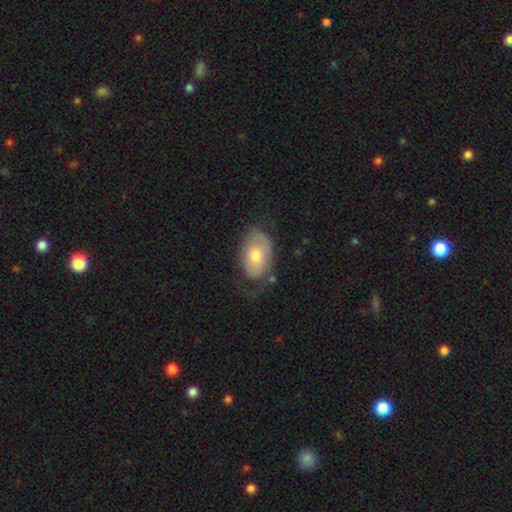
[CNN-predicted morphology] Smooth or featured? Predicted: smooth (p=0.58). How rounded? Predicted: in between (p=0.90). Merging? Predicted: none (p=0.50).